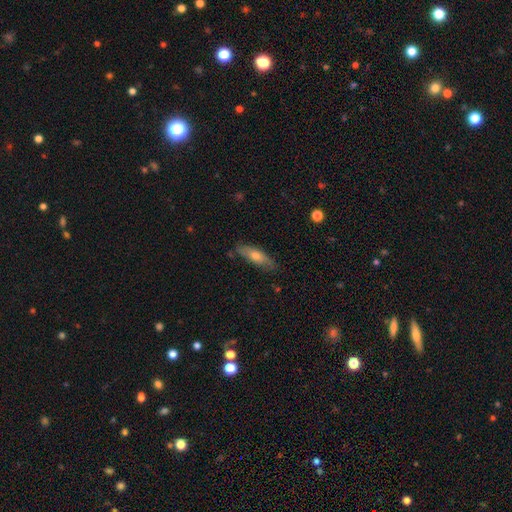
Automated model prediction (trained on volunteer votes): A smooth galaxy with no disk features (56%) that is cigar-shaped (53%).

Vote fractions:
- Smooth or featured? smooth: 56% / featured or disk: 38% / star or artifact: 6%
- How rounded? cigar-shaped: 53% / in between: 44% / round: 3%
- Merging? none: 78% / minor disturbance: 17% / major disturbance: 3% / merger: 2%